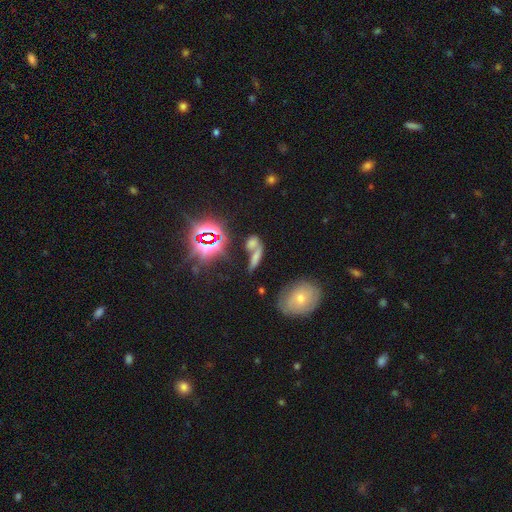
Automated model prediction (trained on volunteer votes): smooth-or-featured: smooth: 52% | star or artifact: 29% | featured or disk: 20%
  how-rounded: in between: 58% | cigar-shaped: 30% | round: 12%
  merging: merger: 51% | none: 30% | minor disturbance: 11% | major disturbance: 9%